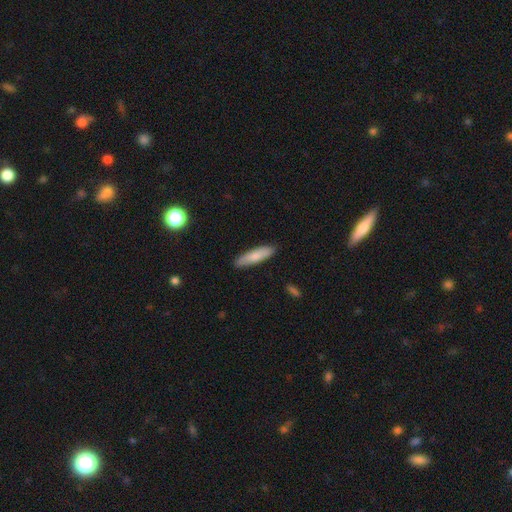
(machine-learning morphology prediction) This is likely a smooth galaxy (78%). How rounded: likely cigar-shaped (72%). Merging: clearly none (88%).